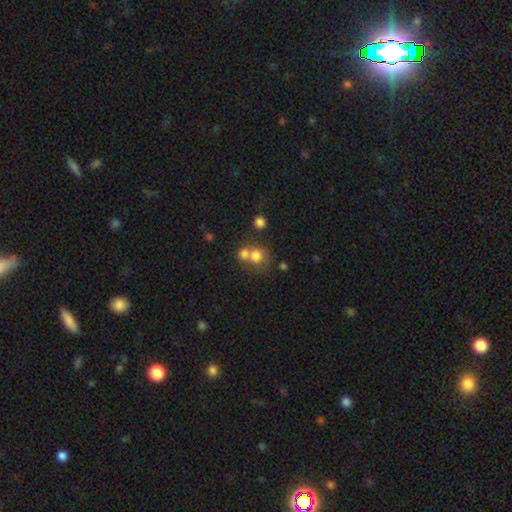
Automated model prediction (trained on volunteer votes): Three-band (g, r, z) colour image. It shows a smooth galaxy with no disk features (74%) that is round (83%). Merging: merger (50%).